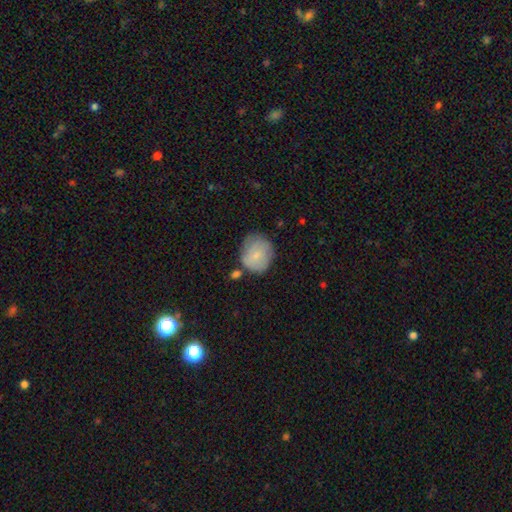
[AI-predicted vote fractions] This is likely a smooth galaxy (71%). How rounded: likely round (75%). Merging: possibly none (58%).